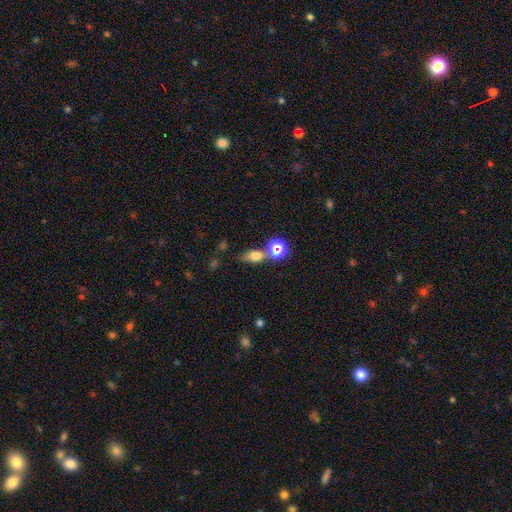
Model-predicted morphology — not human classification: A smooth galaxy with no disk features (66%) that is in between round and cigar-shaped (61%).

Vote fractions:
- Smooth or featured? smooth: 66% / star or artifact: 19% / featured or disk: 14%
- How rounded? in between: 61% / round: 30% / cigar-shaped: 9%
- Merging? none: 58% / merger: 21% / minor disturbance: 15% / major disturbance: 7%